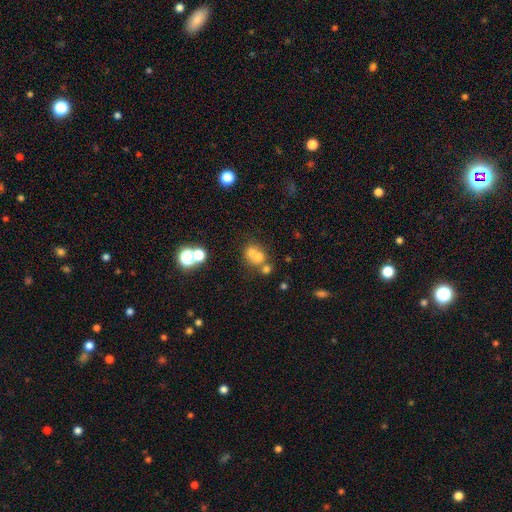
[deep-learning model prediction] A smooth galaxy with no disk features (61%) that is round (74%).

Vote fractions:
- Smooth or featured? smooth: 61% / featured or disk: 21% / star or artifact: 18%
- How rounded? round: 74% / in between: 25% / cigar-shaped: 1%
- Merging? merger: 54% / none: 35% / minor disturbance: 7% / major disturbance: 4%